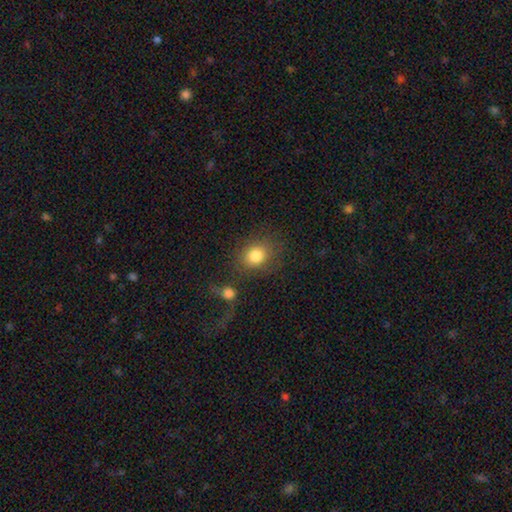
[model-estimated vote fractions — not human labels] This appears to be a smooth galaxy with no disk features (83%) that is round (65%). Merging: none (71%).